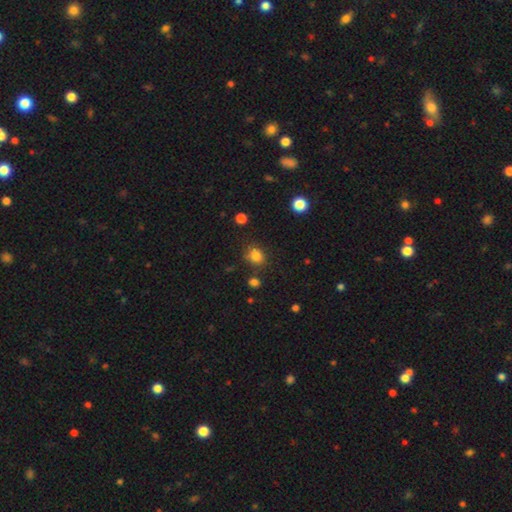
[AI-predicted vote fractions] smooth-or-featured: smooth: 82% | star or artifact: 13% | featured or disk: 5%
  how-rounded: round: 65% | in between: 34% | cigar-shaped: 1%
  merging: none: 79% | minor disturbance: 13% | merger: 4% | major disturbance: 4%